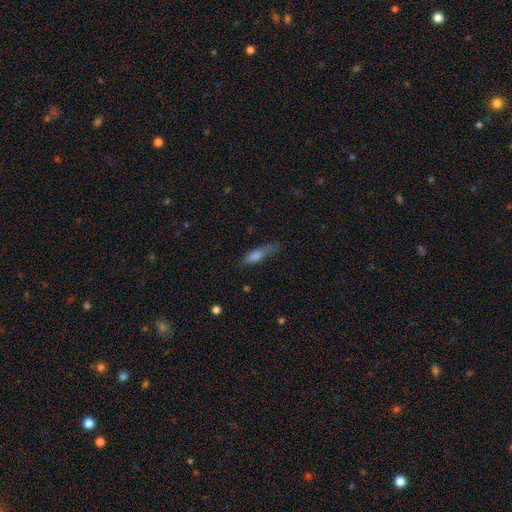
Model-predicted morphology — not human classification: smooth_or_featured: smooth (p=0.69) [alt: featured or disk p=0.21]
how_rounded: cigar-shaped (p=0.68) [alt: in between p=0.29]
merging: none (p=0.53) [alt: minor disturbance p=0.31]